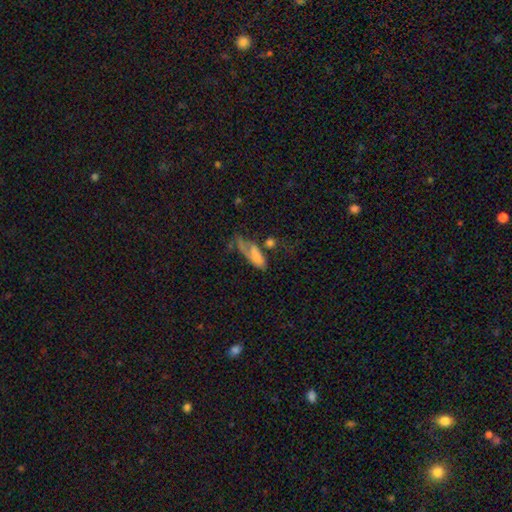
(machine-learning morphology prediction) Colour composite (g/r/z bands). It shows a smooth galaxy with no disk features (63%) that is in between round and cigar-shaped (66%). Merging: major disturbance (30%, tied with none).